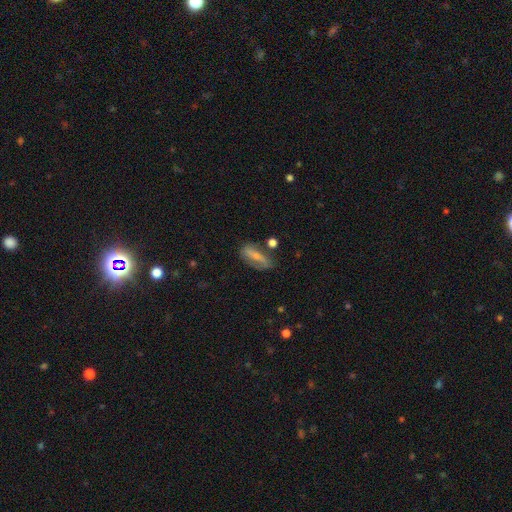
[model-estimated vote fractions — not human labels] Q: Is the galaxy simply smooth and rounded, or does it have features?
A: smooth — 49%.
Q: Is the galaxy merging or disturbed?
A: none — 64%.